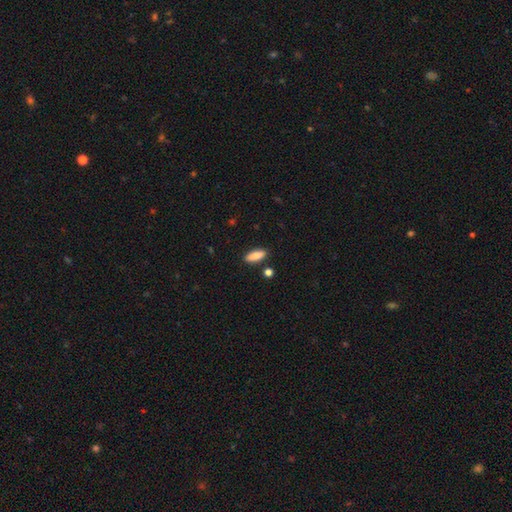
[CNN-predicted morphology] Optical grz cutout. It shows a smooth galaxy with no disk features (87%) that is in between round and cigar-shaped (65%). Merging: none (87%).